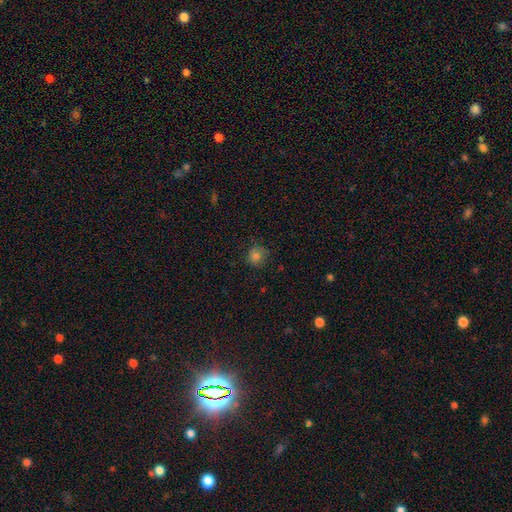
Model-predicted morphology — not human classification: smooth 77%, star or artifact 15%, featured or disk 8%. Down the decision tree: how rounded — round (85%); merging — none (77%).